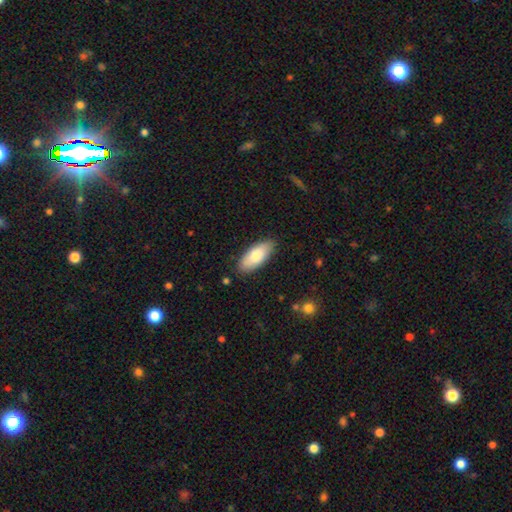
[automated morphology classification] type=smooth (78%); roundness=in between (85%); merging=none (86%).